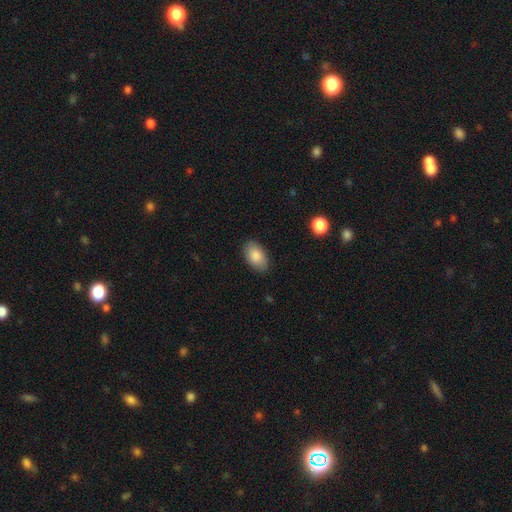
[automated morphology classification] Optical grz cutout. It shows a smooth galaxy with no disk features (87%) that is in between round and cigar-shaped (94%). Merging: none (86%).